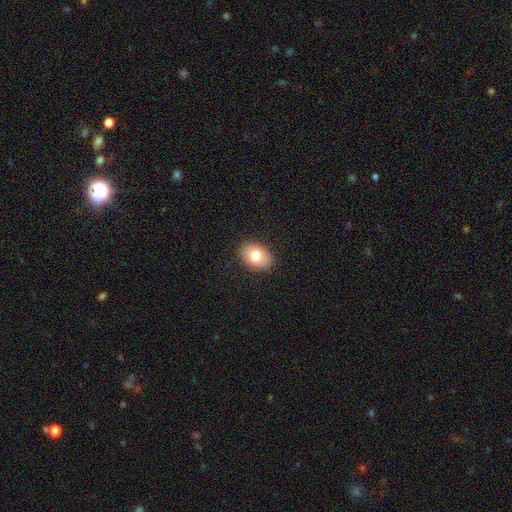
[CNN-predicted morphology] A smooth galaxy with no disk features (77%) that is in between round and cigar-shaped (78%).

Vote fractions:
- Smooth or featured? smooth: 77% / featured or disk: 15% / star or artifact: 8%
- How rounded? in between: 78% / round: 21% / cigar-shaped: 1%
- Merging? none: 88% / minor disturbance: 9% / major disturbance: 2% / merger: 1%